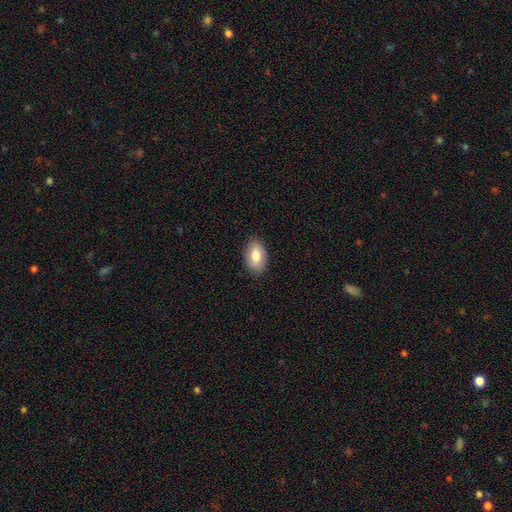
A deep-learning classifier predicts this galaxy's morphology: Smooth or featured? smooth (81%)
How rounded? in between (92%)
Merging? none (88%)